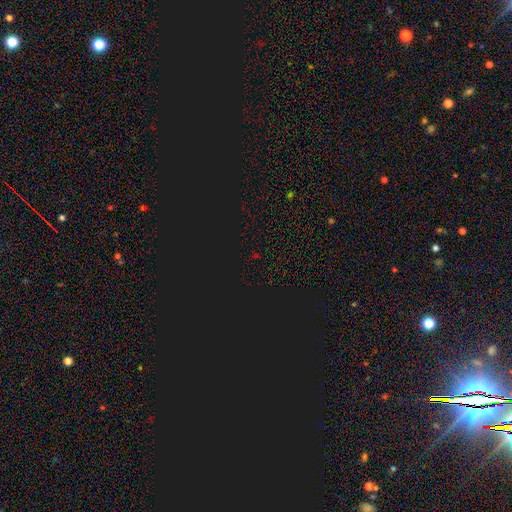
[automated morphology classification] A star or artifact, not a galaxy (79%).

Vote fractions:
- Smooth or featured? star or artifact: 79% / smooth: 15% / featured or disk: 7%